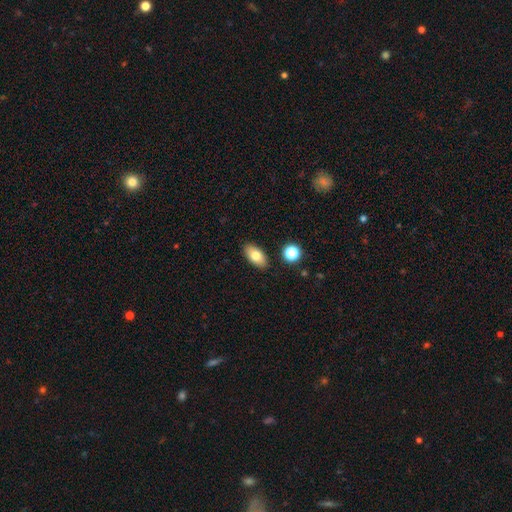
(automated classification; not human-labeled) Smooth or featured? Predicted: smooth (p=0.77). How rounded? Predicted: in between (p=0.91). Merging? Predicted: none (p=0.88).